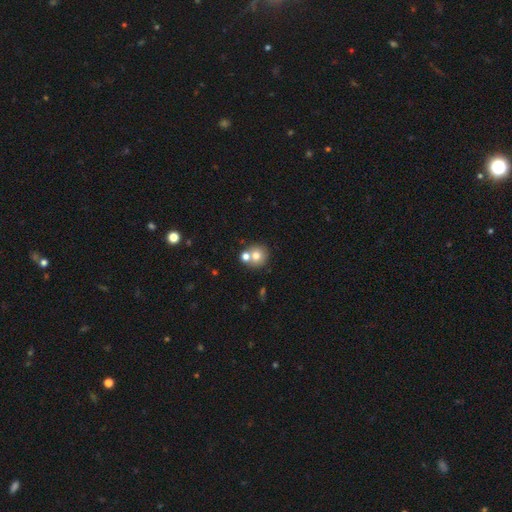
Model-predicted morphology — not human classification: smooth 72%, featured or disk 17%, star or artifact 11%. Down the decision tree: how rounded — round (88%); merging — none (56%).